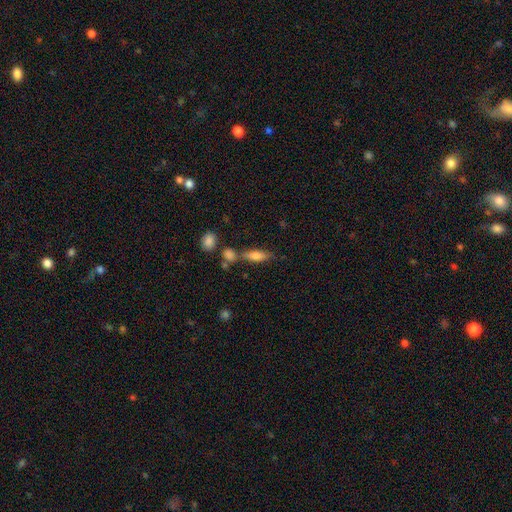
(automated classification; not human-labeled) smooth-or-featured: smooth: 70% | featured or disk: 21% | star or artifact: 8%
  how-rounded: in between: 57% | cigar-shaped: 40% | round: 3%
  merging: none: 59% | merger: 20% | minor disturbance: 15% | major disturbance: 6%